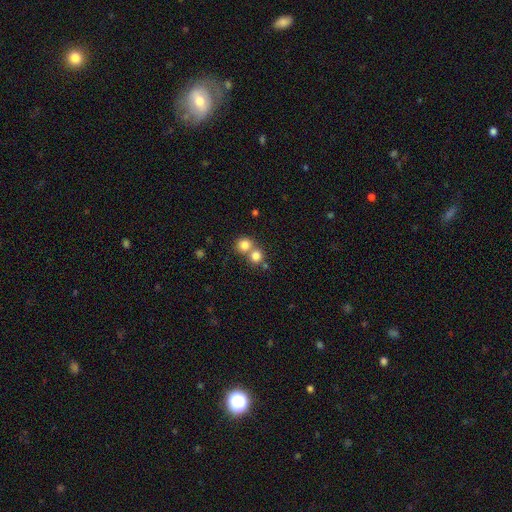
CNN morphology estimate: Smooth or featured? Predicted: smooth (p=0.79). How rounded? Predicted: round (p=0.86). Merging? Predicted: merger (p=0.48).